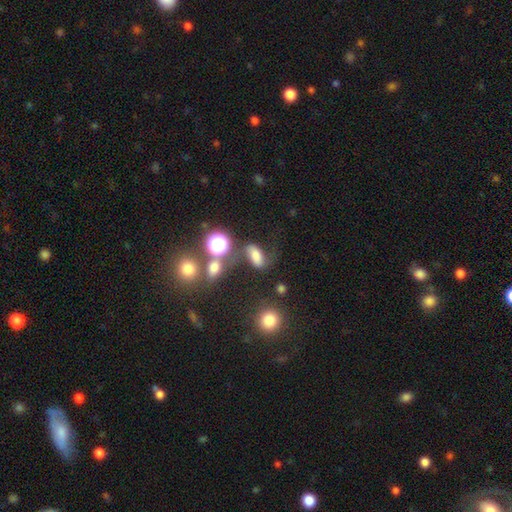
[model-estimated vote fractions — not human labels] Smooth or featured? Predicted: smooth (p=0.62). How rounded? Predicted: in between (p=0.75). Merging? Predicted: none (p=0.52).